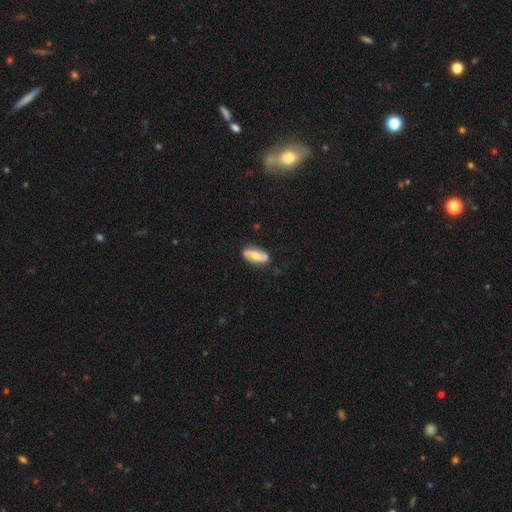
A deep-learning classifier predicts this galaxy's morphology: Smooth or featured? Predicted: featured or disk (p=0.54). Edge-on disk? Predicted: no (p=0.84). Merging? Predicted: none (p=0.77).